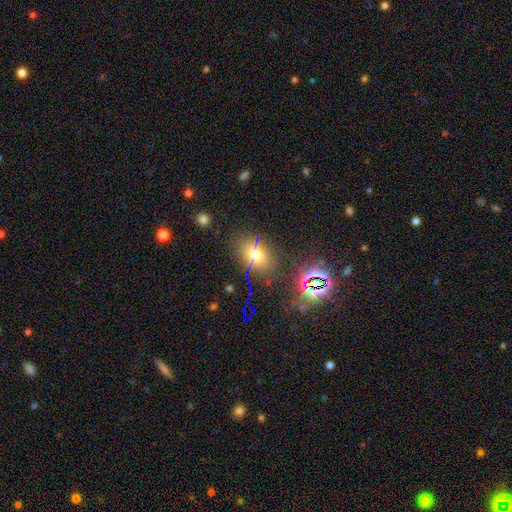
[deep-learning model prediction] smooth 53%, star or artifact 35%, featured or disk 12%. Down the decision tree: how rounded — in between (69%); merging — none (79%).